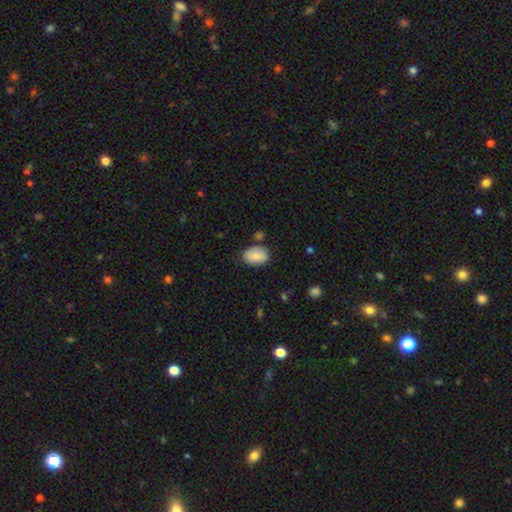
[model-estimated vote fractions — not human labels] Smooth or featured? smooth (74%)
How rounded? in between (82%)
Merging? none (71%)